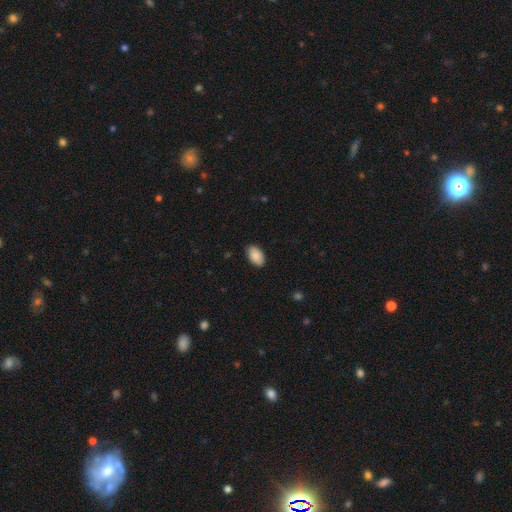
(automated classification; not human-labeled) smooth 88%, star or artifact 7%, featured or disk 5%. Down the decision tree: how rounded — in between (94%); merging — none (86%).